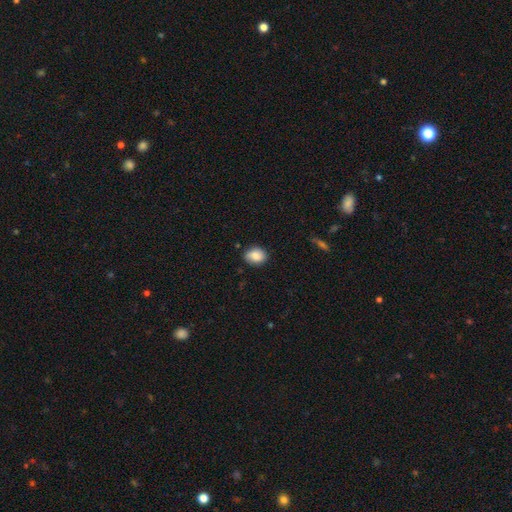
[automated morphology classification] The model was most divided on "how rounded": in between: 56%, round: 43%, cigar-shaped: 1%. More confident: smooth or featured — smooth (83%); merging — none (78%).